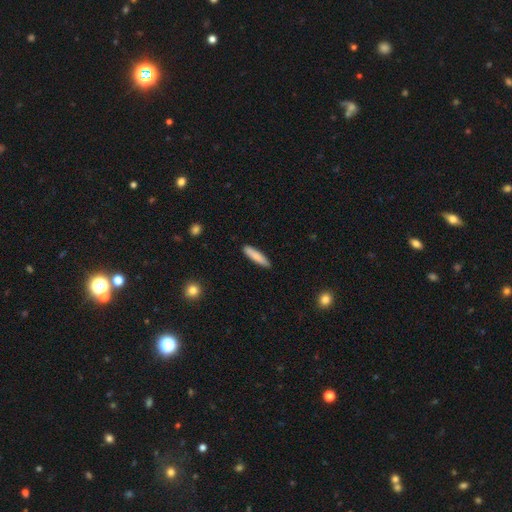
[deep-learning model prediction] The model was most divided on "how rounded": cigar-shaped: 84%, in between: 14%, round: 1%. More confident: merging — none (88%); smooth or featured — smooth (83%).